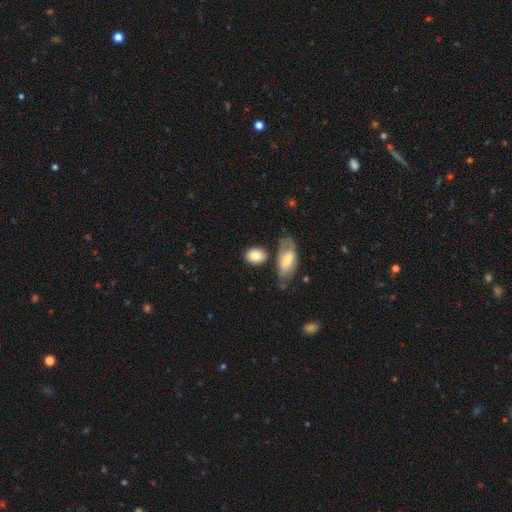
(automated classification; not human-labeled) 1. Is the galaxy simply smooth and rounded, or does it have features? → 84% smooth, 10% featured or disk, 6% star or artifact.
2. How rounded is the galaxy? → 74% in between, 24% round, 3% cigar-shaped.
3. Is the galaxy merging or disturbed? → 63% none, 18% minor disturbance, 13% merger, 6% major disturbance.